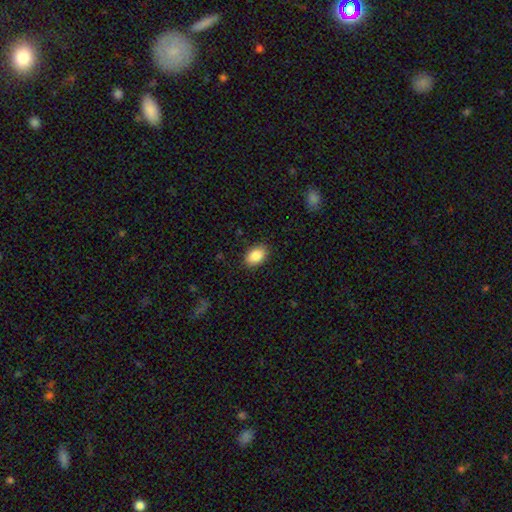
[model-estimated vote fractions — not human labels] A smooth galaxy with no disk features (88%) that is in between round and cigar-shaped (86%).

Vote fractions:
- Smooth or featured? smooth: 88% / star or artifact: 7% / featured or disk: 5%
- How rounded? in between: 86% / round: 13% / cigar-shaped: 1%
- Merging? none: 88% / minor disturbance: 9% / major disturbance: 2% / merger: 1%